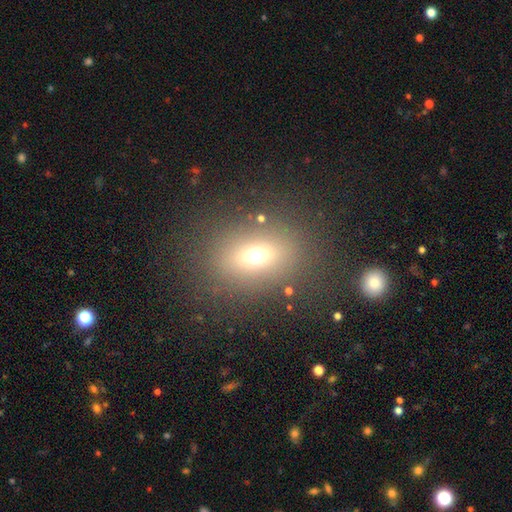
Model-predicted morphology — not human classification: smooth_or_featured: smooth (p=0.64) [alt: star or artifact p=0.20]
how_rounded: in between (p=0.54) [alt: round p=0.43]
merging: none (p=0.81) [alt: minor disturbance p=0.09]